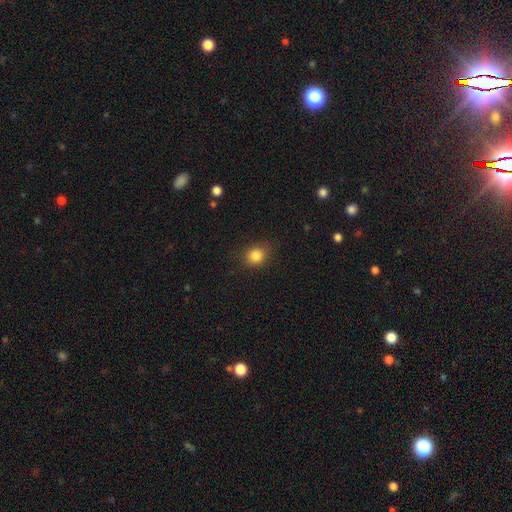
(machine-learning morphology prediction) Smooth or featured: smooth — 84% (star or artifact — 11%)
How rounded: round — 69% (in between — 30%)
Merging: none — 83% (minor disturbance — 12%)